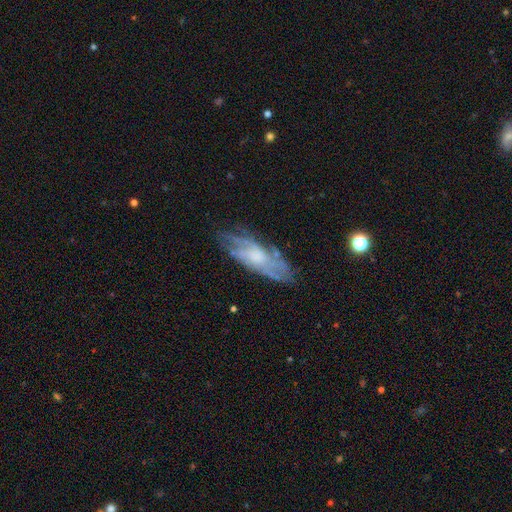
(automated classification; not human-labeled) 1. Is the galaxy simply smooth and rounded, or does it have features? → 68% featured or disk, 23% smooth, 8% star or artifact.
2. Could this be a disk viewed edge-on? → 79% no, 21% yes.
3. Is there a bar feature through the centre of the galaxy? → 69% no, 27% weak, 5% strong.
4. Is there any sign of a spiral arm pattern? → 80% yes, 20% no.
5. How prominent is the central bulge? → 40% moderate, 29% small, 20% none, 9% large, 2% dominant.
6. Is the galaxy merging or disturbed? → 68% none, 21% minor disturbance, 9% major disturbance, 2% merger.